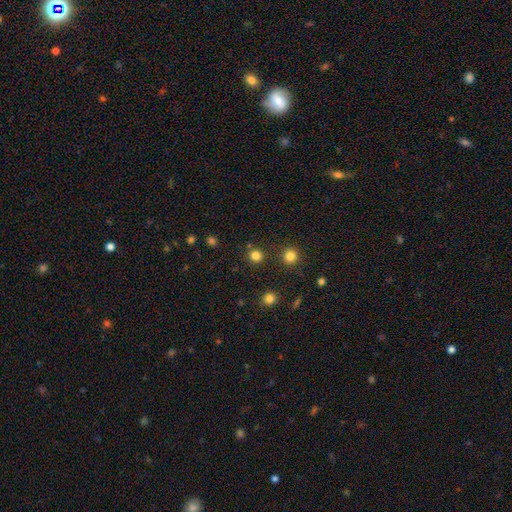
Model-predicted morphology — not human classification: This appears to be a smooth galaxy with no disk features (80%) that is round (91%). Merging: none (86%).